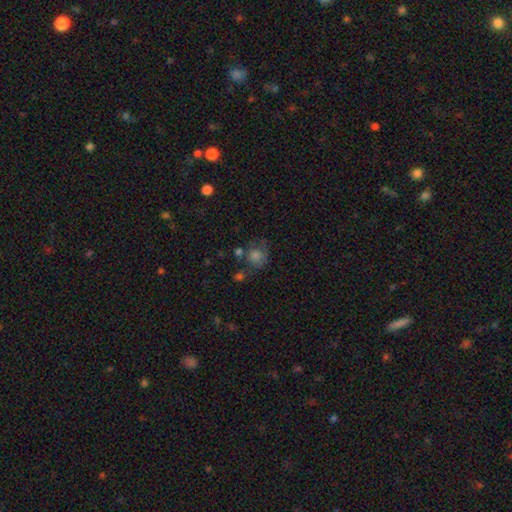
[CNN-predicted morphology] The model was most divided on "merging": none: 52%, minor disturbance: 21%, major disturbance: 14%, merger: 12%. More confident: how rounded — round (79%); smooth or featured — smooth (65%).